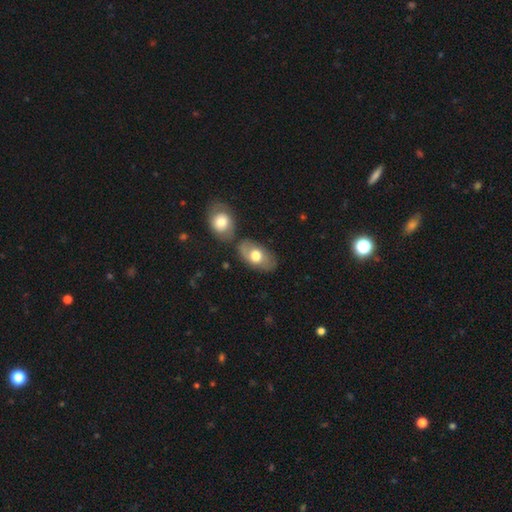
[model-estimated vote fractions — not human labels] Overall: smooth (63%; featured or disk 31%). How rounded: in between (89%). Merging: none (62%).